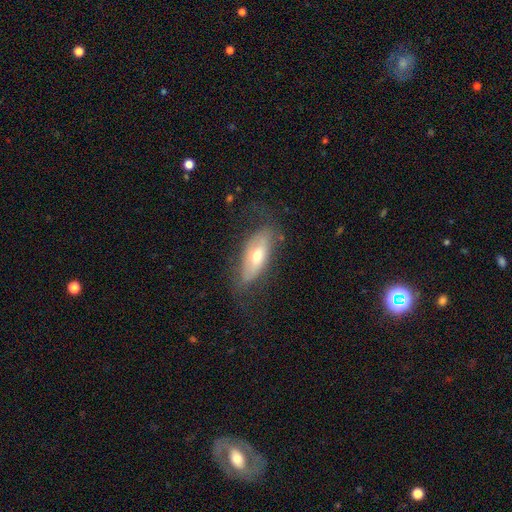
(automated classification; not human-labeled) Morphology: type=smooth (51%); roundness=in between (78%); merging=none (64%).